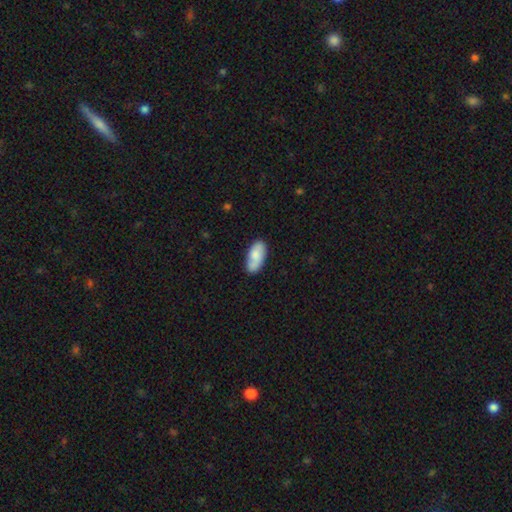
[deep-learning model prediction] Overall: smooth (73%). How rounded: in between (92%). Merging: none (70%).